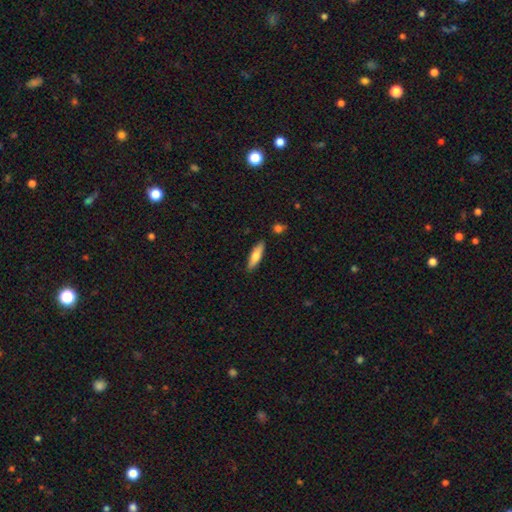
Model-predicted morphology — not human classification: A smooth galaxy with no disk features (72%) that is cigar-shaped (63%).

Vote fractions:
- Smooth or featured? smooth: 72% / featured or disk: 22% / star or artifact: 6%
- How rounded? cigar-shaped: 63% / in between: 35% / round: 2%
- Merging? none: 87% / minor disturbance: 9% / merger: 3% / major disturbance: 2%